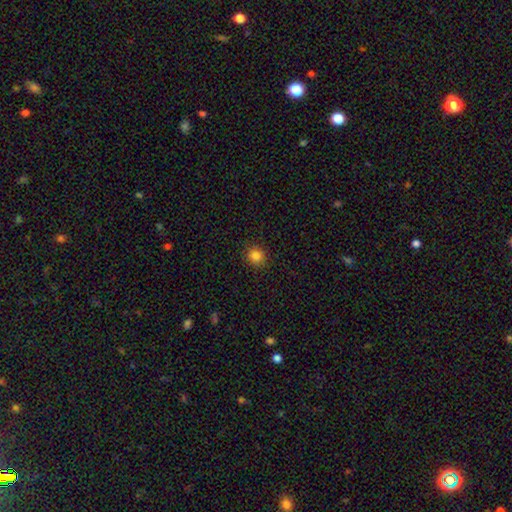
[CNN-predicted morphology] smooth_or_featured: smooth (p=0.84) [alt: star or artifact p=0.12]
how_rounded: round (p=0.89) [alt: in between p=0.10]
merging: none (p=0.91) [alt: minor disturbance p=0.06]